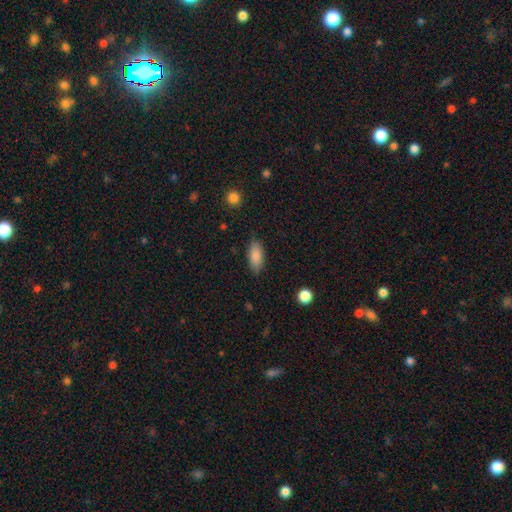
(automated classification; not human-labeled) A smooth galaxy with no disk features (81%) that is in between round and cigar-shaped (86%).

Vote fractions:
- Smooth or featured? smooth: 81% / featured or disk: 12% / star or artifact: 7%
- How rounded? in between: 86% / cigar-shaped: 12% / round: 3%
- Merging? none: 80% / minor disturbance: 15% / major disturbance: 3% / merger: 1%